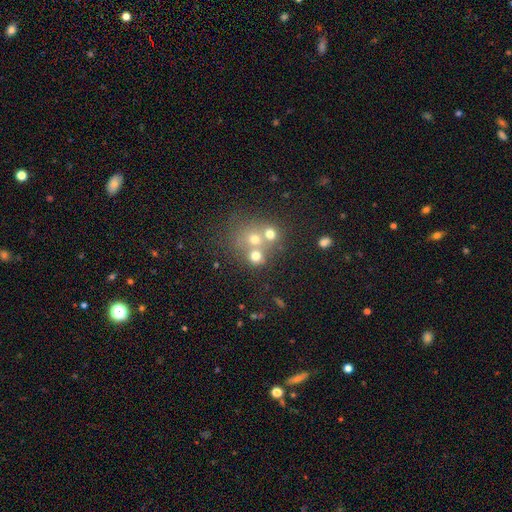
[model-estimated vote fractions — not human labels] Q: Smooth or featured?
A: smooth (63%); runner-up: star or artifact (19%)
Q: How rounded?
A: round (78%); runner-up: in between (21%)
Q: Merging?
A: none (44%); tied with: merger (44%)